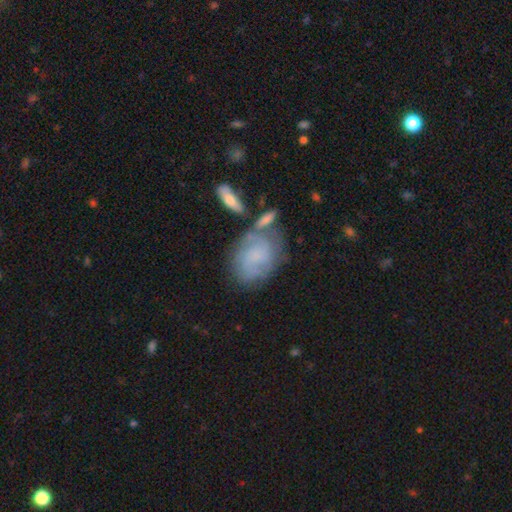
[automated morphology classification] Smooth or featured? featured or disk (57%)
Edge-on disk? no (96%)
Bar? no (66%)
Spiral arms? yes (83%)
Bulge size? small (43%)
Merging? none (53%)